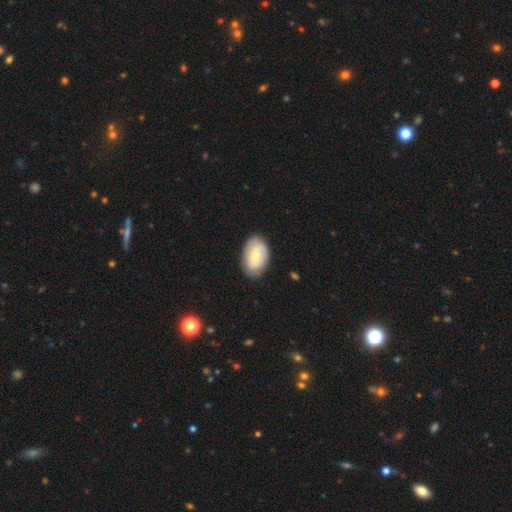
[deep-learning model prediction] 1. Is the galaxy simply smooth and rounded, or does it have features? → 55% smooth, 39% featured or disk, 6% star or artifact.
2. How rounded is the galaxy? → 88% in between, 10% round, 1% cigar-shaped.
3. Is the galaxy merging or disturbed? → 78% none, 17% minor disturbance, 4% major disturbance, 1% merger.